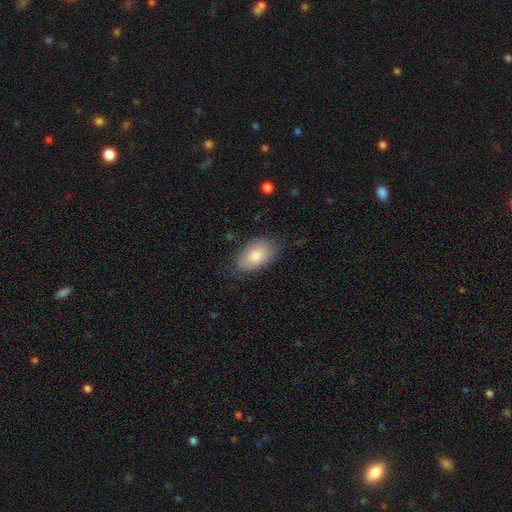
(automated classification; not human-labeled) Morphology: type=smooth (82%); roundness=in between (94%); merging=none (75%).